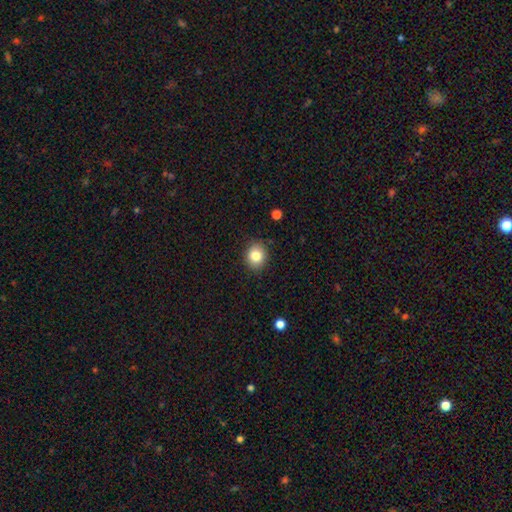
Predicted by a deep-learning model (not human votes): Q: Smooth or featured?
A: smooth (82%); runner-up: star or artifact (10%)
Q: How rounded?
A: round (67%); runner-up: in between (32%)
Q: Merging?
A: none (87%); runner-up: minor disturbance (10%)